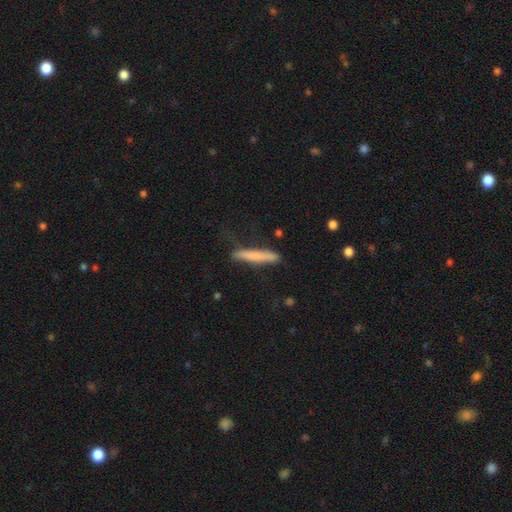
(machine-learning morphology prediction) The model was most divided on "smooth or featured": smooth: 69%, featured or disk: 24%, star or artifact: 6%. More confident: how rounded — cigar-shaped (95%); merging — none (77%).